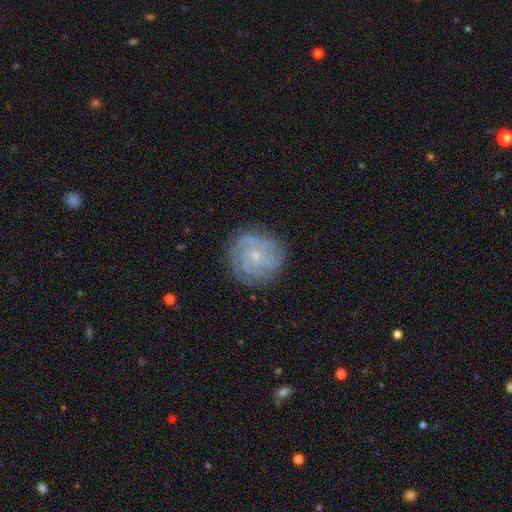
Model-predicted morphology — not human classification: The model was most divided on "spiral arm count": can't tell: 36%, 3: 20%, 4: 17%, 2: 13%, more than 4: 7%, 1: 6%. More confident: edge-on disk — no (98%); spiral arms — yes (94%); merging — none (81%); bulge size — small (76%); smooth or featured — featured or disk (76%); spiral winding — tight (70%); bar — no (69%).